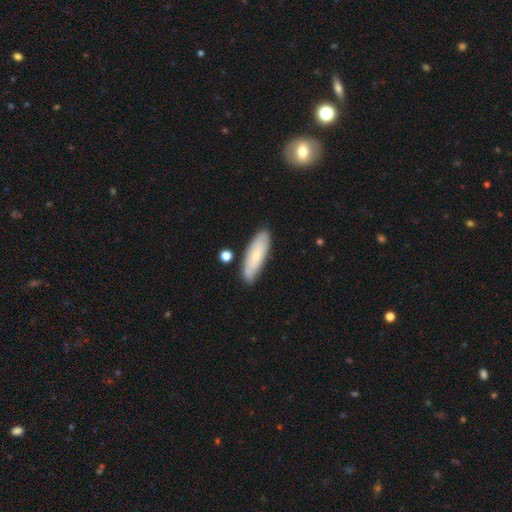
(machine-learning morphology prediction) A smooth galaxy with no disk features (61%) that is in between round and cigar-shaped (51%).

Vote fractions:
- Smooth or featured? smooth: 61% / featured or disk: 33% / star or artifact: 6%
- How rounded? in between: 51% / cigar-shaped: 47% / round: 2%
- Merging? none: 80% / minor disturbance: 14% / merger: 4% / major disturbance: 3%